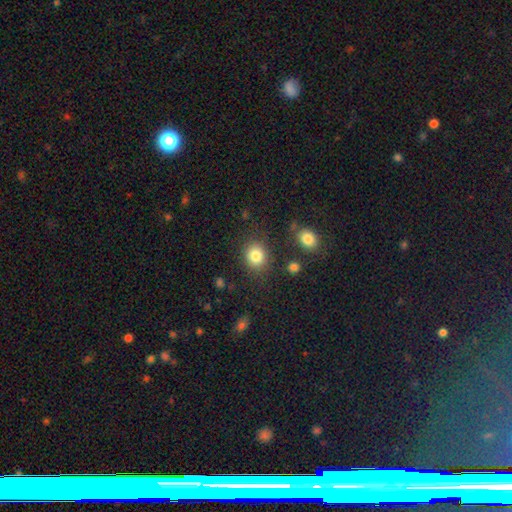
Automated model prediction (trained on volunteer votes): smooth-or-featured: smooth: 84% | star or artifact: 10% | featured or disk: 6%
  how-rounded: round: 73% | in between: 26% | cigar-shaped: 1%
  merging: none: 83% | minor disturbance: 10% | major disturbance: 4% | merger: 3%